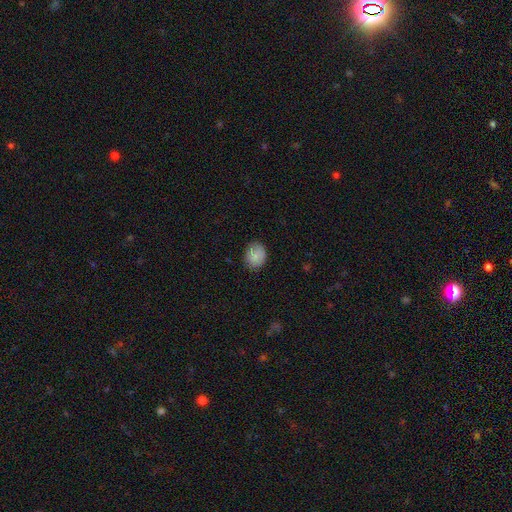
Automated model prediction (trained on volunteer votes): This appears to be a smooth galaxy with no disk features (84%) that is round (51%). Merging: none (79%).